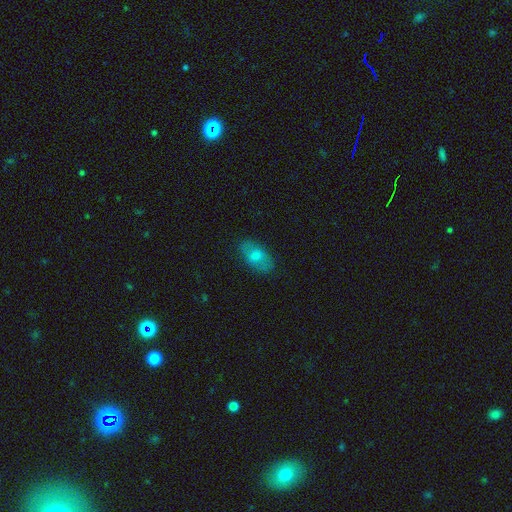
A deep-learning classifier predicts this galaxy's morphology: smooth 67%, featured or disk 24%, star or artifact 8%. Down the decision tree: how rounded — in between (91%); merging — none (82%).